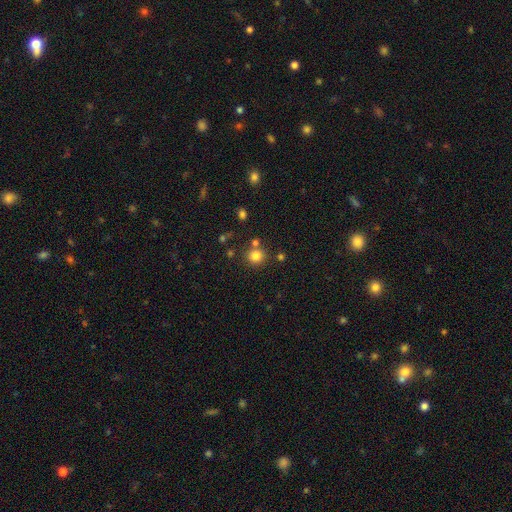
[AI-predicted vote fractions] This is clearly a smooth galaxy (81%). How rounded: clearly round (90%). Merging: likely none (75%).